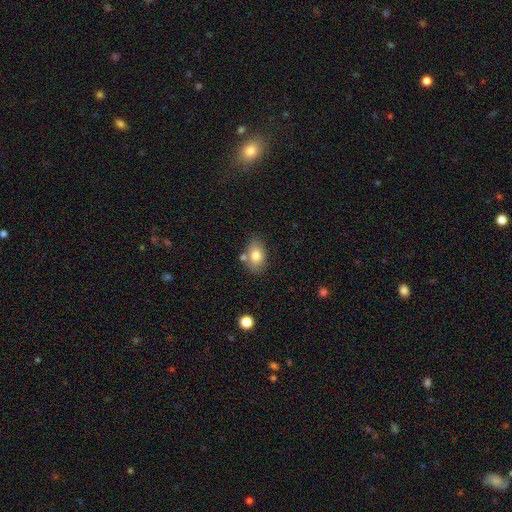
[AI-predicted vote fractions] Overall: smooth (77%). How rounded: in between (82%). Merging: none (69%).